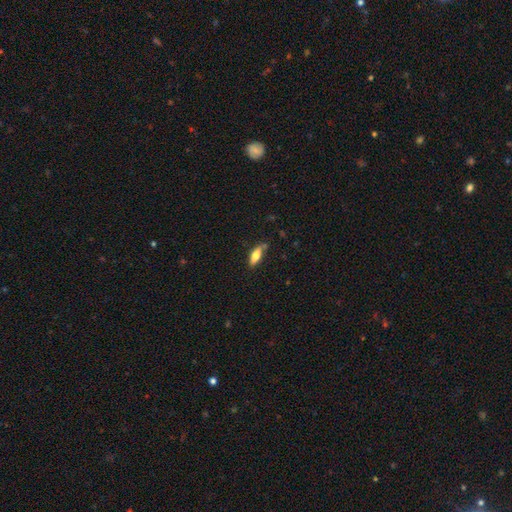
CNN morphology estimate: A smooth galaxy with no disk features (70%) that is in between round and cigar-shaped (68%).

Vote fractions:
- Smooth or featured? smooth: 70% / featured or disk: 23% / star or artifact: 7%
- How rounded? in between: 68% / cigar-shaped: 30% / round: 3%
- Merging? none: 66% / minor disturbance: 24% / major disturbance: 5% / merger: 5%